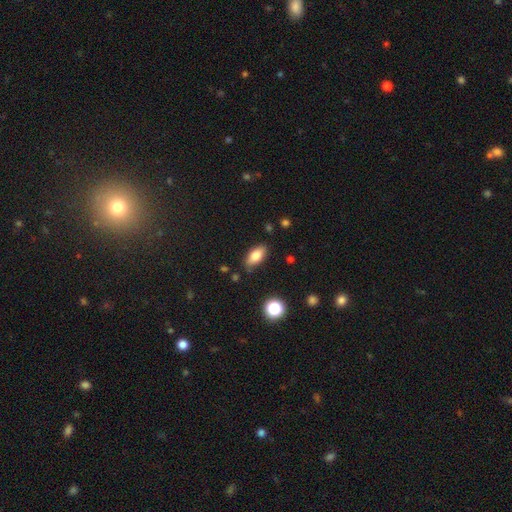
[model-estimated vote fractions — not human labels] A smooth galaxy with no disk features (78%) that is in between round and cigar-shaped (87%).

Vote fractions:
- Smooth or featured? smooth: 78% / featured or disk: 13% / star or artifact: 8%
- How rounded? in between: 87% / cigar-shaped: 9% / round: 4%
- Merging? none: 83% / minor disturbance: 12% / major disturbance: 3% / merger: 2%